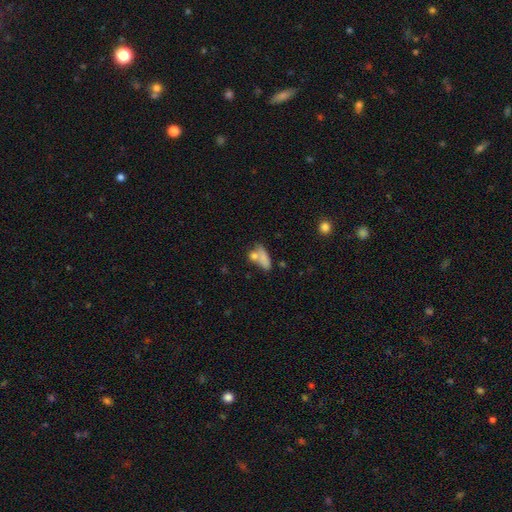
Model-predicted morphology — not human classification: smooth 69%, featured or disk 18%, star or artifact 12%. Down the decision tree: how rounded — in between (66%); merging — none (38%).